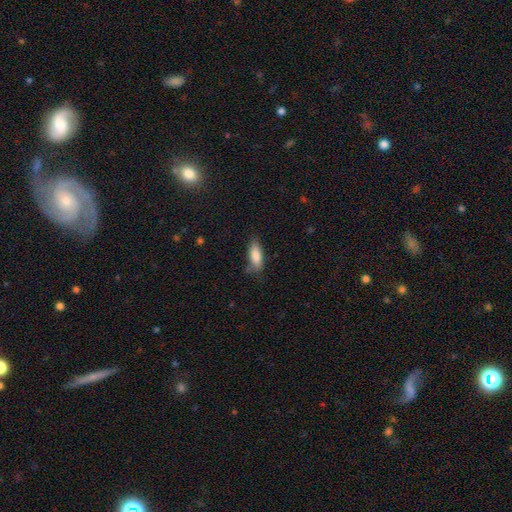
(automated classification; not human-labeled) A smooth galaxy with no disk features (83%) that is in between round and cigar-shaped (71%). Merging: none (69%).